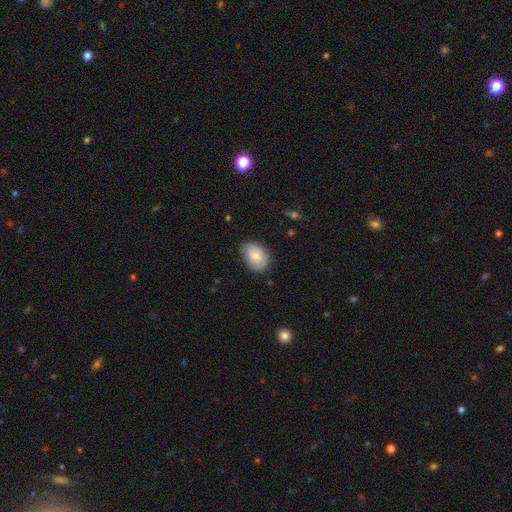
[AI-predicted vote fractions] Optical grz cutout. It shows a smooth galaxy with no disk features (78%) that is in between round and cigar-shaped (80%). Merging: none (72%).